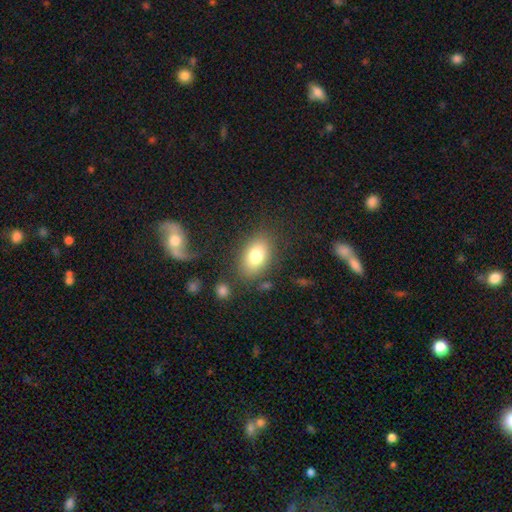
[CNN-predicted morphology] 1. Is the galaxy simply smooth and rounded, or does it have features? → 79% smooth, 13% featured or disk, 8% star or artifact.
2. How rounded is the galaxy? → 87% in between, 11% round, 2% cigar-shaped.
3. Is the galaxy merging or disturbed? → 80% none, 12% minor disturbance, 5% major disturbance, 3% merger.